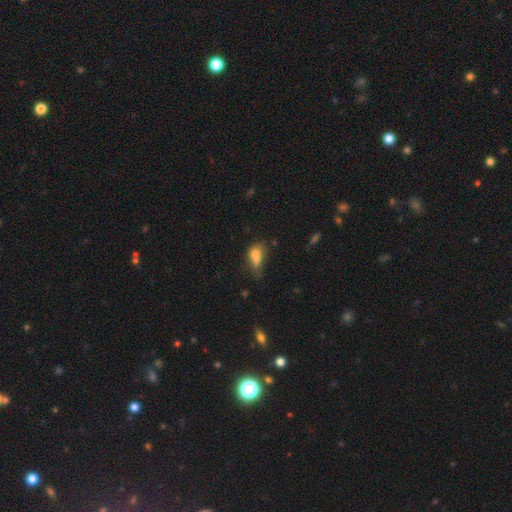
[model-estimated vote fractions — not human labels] Morphology: type=smooth (70%); roundness=in between (76%); merging=minor disturbance (27%).